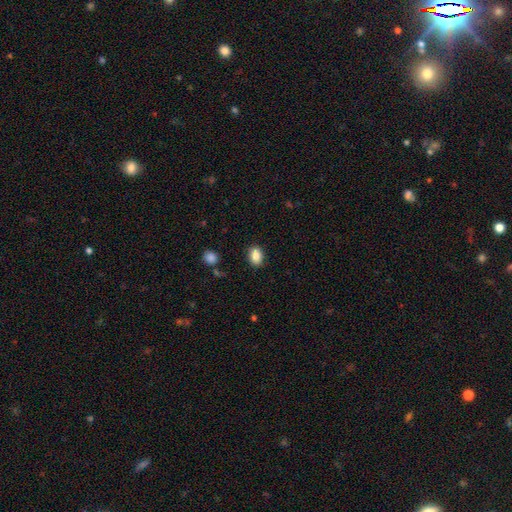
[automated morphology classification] Smooth or featured? Predicted: smooth (p=0.88). How rounded? Predicted: in between (p=0.80). Merging? Predicted: none (p=0.87).